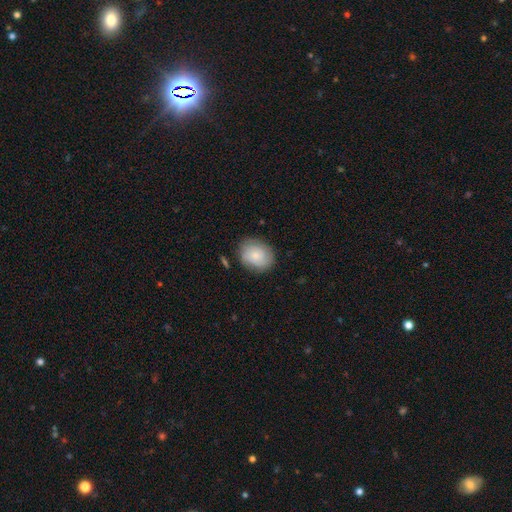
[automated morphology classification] This appears to be a smooth galaxy with no disk features (69%) that is in between round and cigar-shaped (51%). Merging: none (78%).